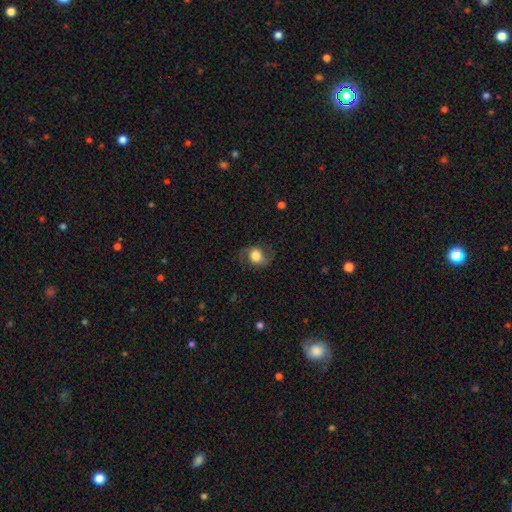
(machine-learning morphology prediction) Smooth or featured? smooth (54%)
How rounded? round (53%)
Merging? none (70%)